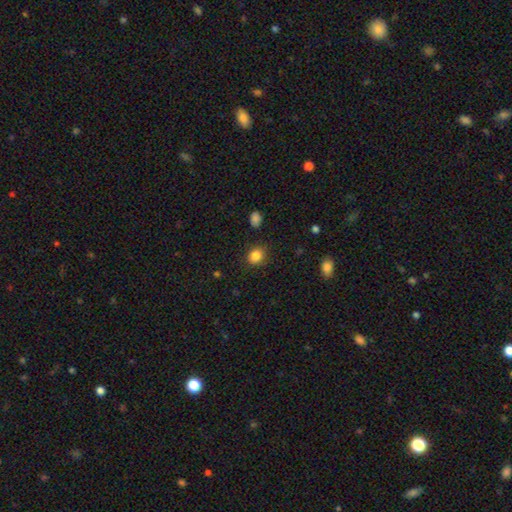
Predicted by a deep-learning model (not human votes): A smooth galaxy with no disk features (85%) that is round (73%). Merging: none (85%).